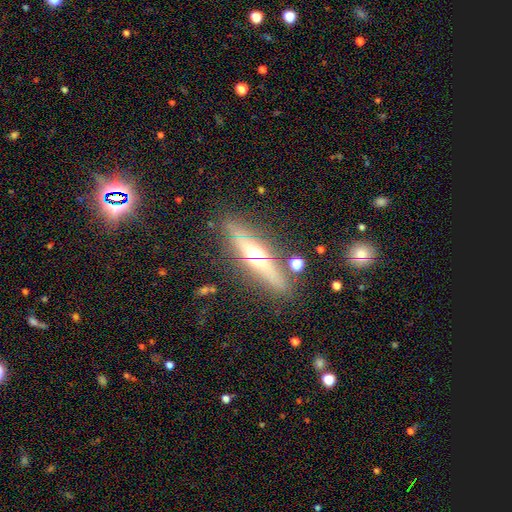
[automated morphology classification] The model was most divided on "smooth or featured": featured or disk: 59%, smooth: 30%, star or artifact: 10%. More confident: edge-on bulge — rounded (91%); edge-on disk — yes (87%); merging — none (82%).